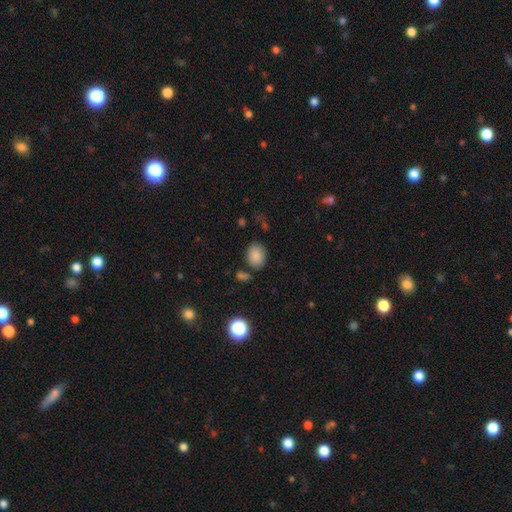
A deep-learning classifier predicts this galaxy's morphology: Q: Smooth or featured?
A: smooth (85%); runner-up: star or artifact (9%)
Q: How rounded?
A: in between (67%); runner-up: round (32%)
Q: Merging?
A: none (76%); runner-up: minor disturbance (13%)